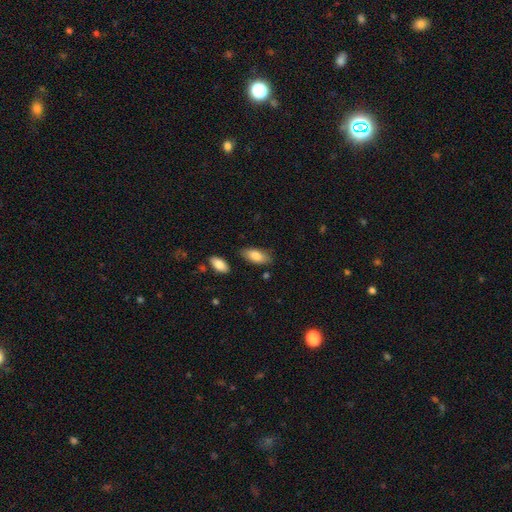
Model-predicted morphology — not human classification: A smooth galaxy with no disk features (82%) that is in between round and cigar-shaped (89%). Merging: none (80%).